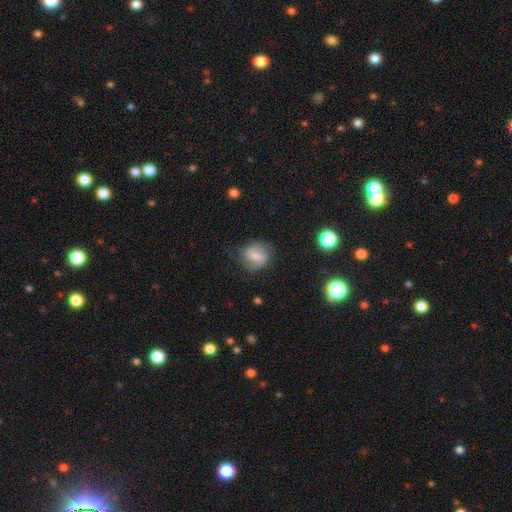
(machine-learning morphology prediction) This is likely a smooth galaxy (61%). How rounded: likely round (75%). Merging: likely none (67%).